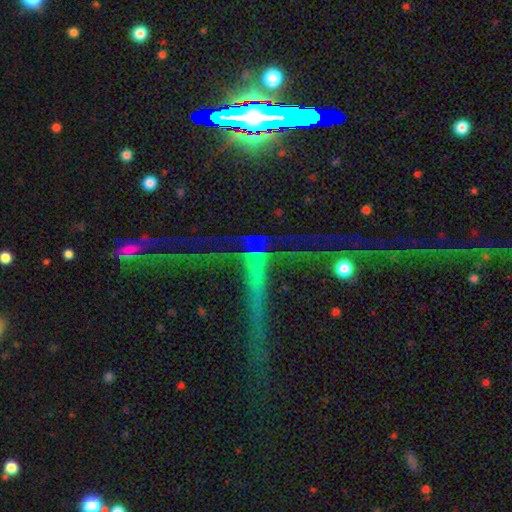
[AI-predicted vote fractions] Smooth or featured?
  - star or artifact: 72% *
  - featured or disk: 15%
  - smooth: 12%